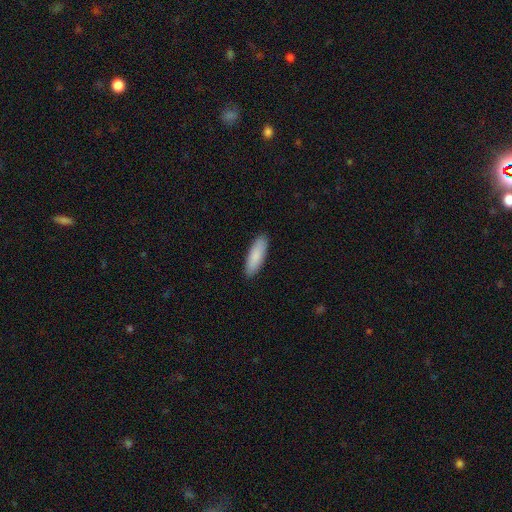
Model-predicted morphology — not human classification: Smooth or featured: smooth — 88% (featured or disk — 7%)
How rounded: in between — 54% (cigar-shaped — 44%)
Merging: none — 90% (minor disturbance — 7%)